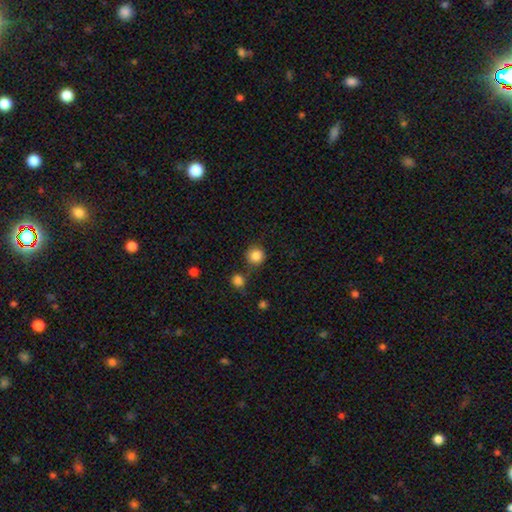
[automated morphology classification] Q: Smooth or featured?
A: smooth (86%); runner-up: star or artifact (10%)
Q: How rounded?
A: round (93%); runner-up: in between (6%)
Q: Merging?
A: none (75%); runner-up: minor disturbance (11%)